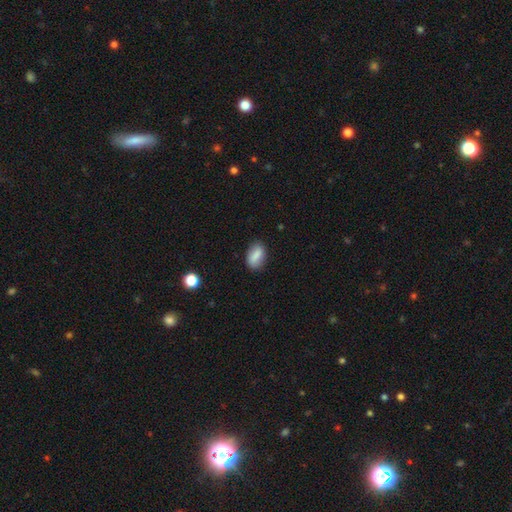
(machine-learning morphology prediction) Smooth or featured?
  - smooth: 82% *
  - featured or disk: 10%
  - star or artifact: 8%
How rounded?
  - in between: 89% *
  - round: 7%
  - cigar-shaped: 4%
Merging?
  - none: 81% *
  - minor disturbance: 14%
  - major disturbance: 3%
  - merger: 1%